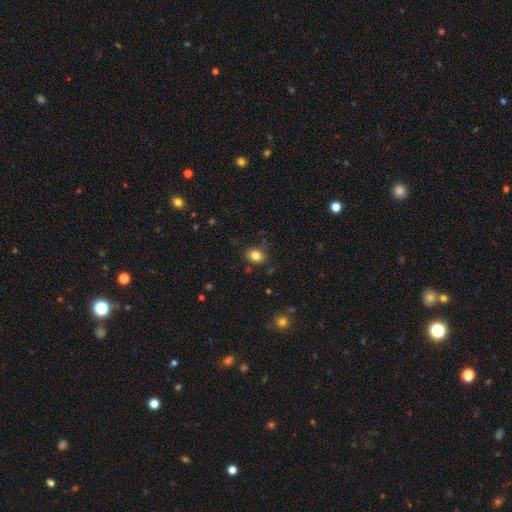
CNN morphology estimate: Overall: smooth (82%). How rounded: in between (61%; round 38%). Merging: none (80%).